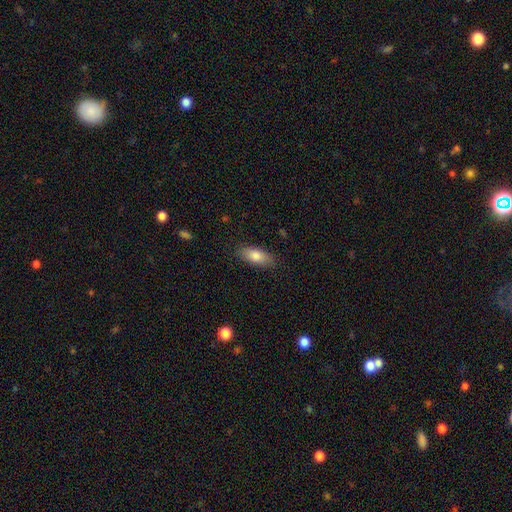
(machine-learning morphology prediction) smooth-or-featured: smooth: 81% | featured or disk: 12% | star or artifact: 7%
  how-rounded: in between: 82% | cigar-shaped: 16% | round: 3%
  merging: none: 85% | minor disturbance: 11% | major disturbance: 3% | merger: 1%